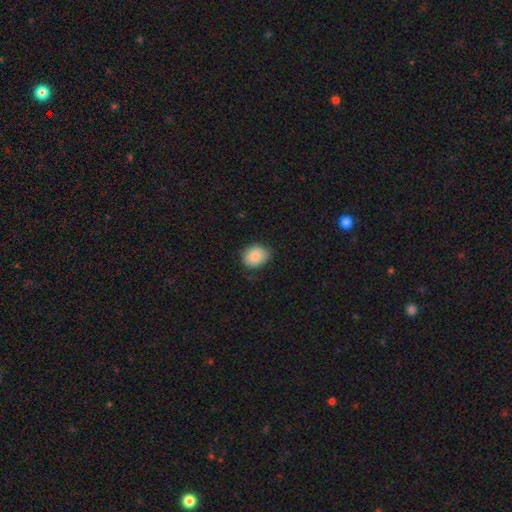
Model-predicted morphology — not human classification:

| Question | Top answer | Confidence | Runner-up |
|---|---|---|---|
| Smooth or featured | smooth | 87% | star or artifact (8%) |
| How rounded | round | 51% | in between (48%) |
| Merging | none | 79% | minor disturbance (17%) |